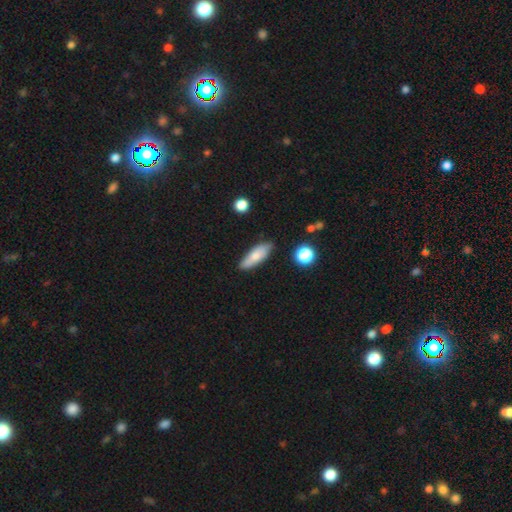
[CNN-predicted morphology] A smooth galaxy with no disk features (72%) that is in between round and cigar-shaped (59%). Merging: none (80%).